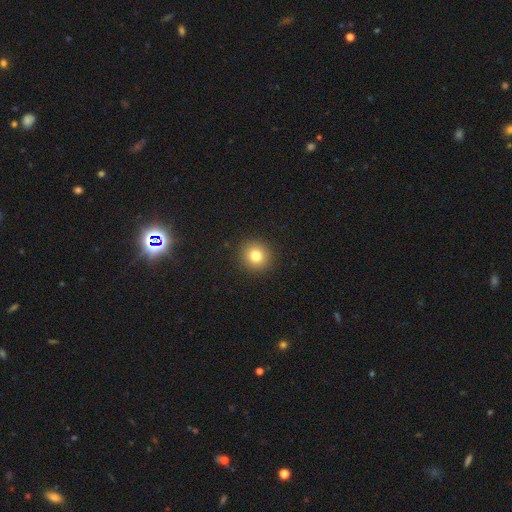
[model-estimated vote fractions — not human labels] This appears to be a smooth galaxy with no disk features (80%) that is round (93%). Merging: none (92%).